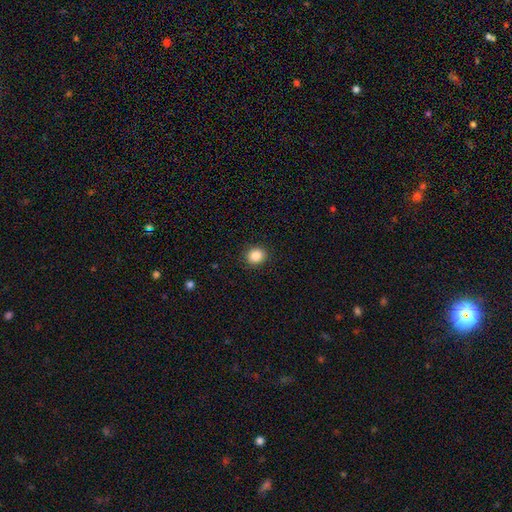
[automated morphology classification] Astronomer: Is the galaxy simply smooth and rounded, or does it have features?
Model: smooth — 86%.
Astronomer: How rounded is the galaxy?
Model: round — 79%.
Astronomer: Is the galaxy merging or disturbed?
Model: none — 91%.